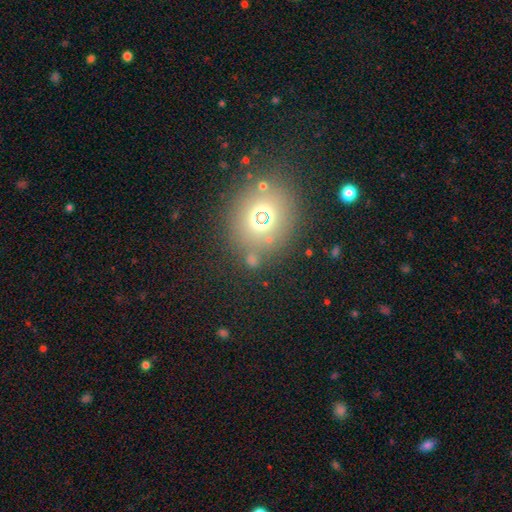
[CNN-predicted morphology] Smooth or featured?
  - smooth: 59% *
  - star or artifact: 25%
  - featured or disk: 16%
How rounded?
  - round: 76% *
  - in between: 22%
  - cigar-shaped: 2%
Merging?
  - none: 75% *
  - minor disturbance: 11%
  - merger: 8%
  - major disturbance: 5%